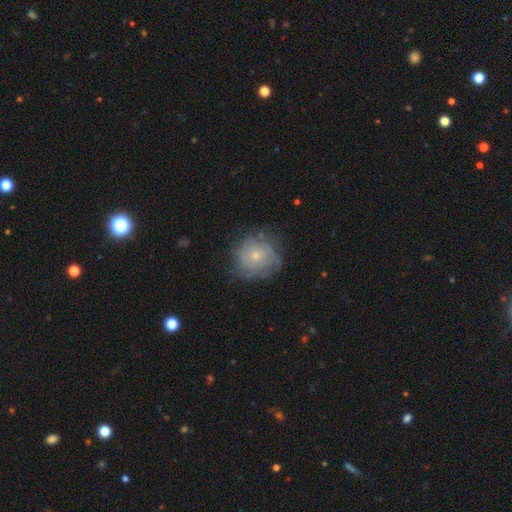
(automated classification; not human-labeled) Q: Smooth or featured?
A: featured or disk (49%); runner-up: smooth (42%)
Q: Merging?
A: none (70%); runner-up: minor disturbance (20%)